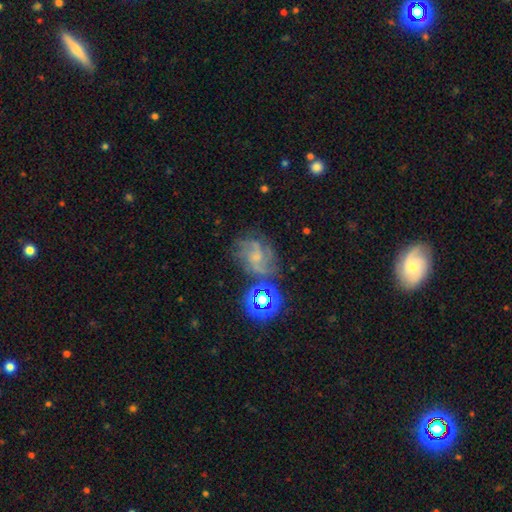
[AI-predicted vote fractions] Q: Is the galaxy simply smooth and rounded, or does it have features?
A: featured or disk — 65%.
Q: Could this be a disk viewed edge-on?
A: no — 98%.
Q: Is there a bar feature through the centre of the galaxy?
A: no — 64%.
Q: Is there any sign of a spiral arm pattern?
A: yes — 90%.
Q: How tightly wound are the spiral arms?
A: medium — 49%.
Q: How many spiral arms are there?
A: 3 — 31%.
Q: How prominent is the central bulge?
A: small — 52%.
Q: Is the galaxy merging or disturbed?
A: none — 58%.